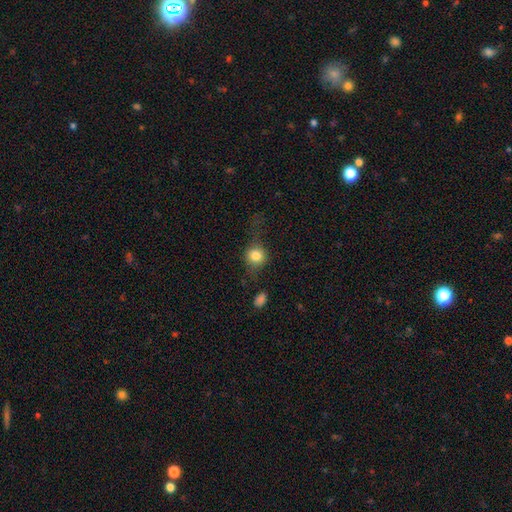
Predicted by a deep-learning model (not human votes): Overall: smooth (75%). How rounded: round (82%). Merging: none (55%; minor disturbance 23%).